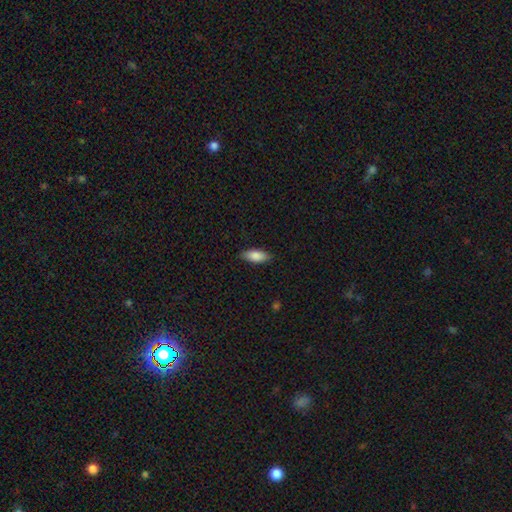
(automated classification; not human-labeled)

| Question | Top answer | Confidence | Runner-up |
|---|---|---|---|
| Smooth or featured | smooth | 85% | featured or disk (9%) |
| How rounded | in between | 80% | cigar-shaped (18%) |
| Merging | none | 86% | minor disturbance (11%) |